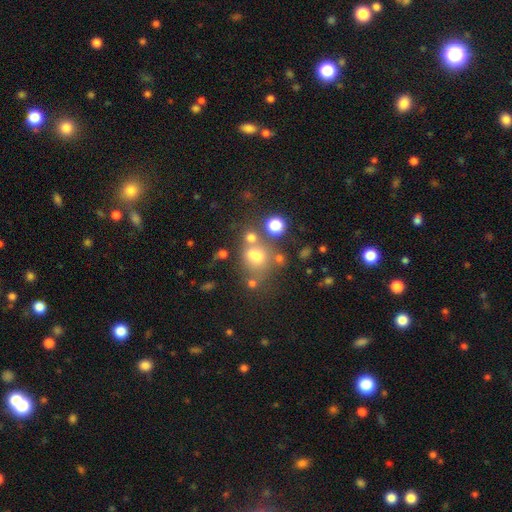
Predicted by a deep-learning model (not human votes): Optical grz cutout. It shows a smooth galaxy with no disk features (61%) that is round (56%). Merging: none (41%).